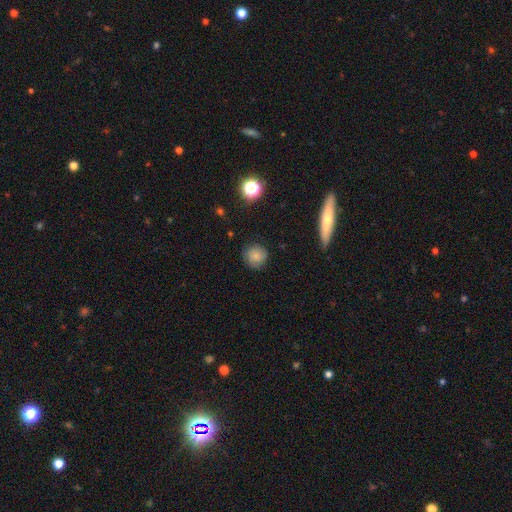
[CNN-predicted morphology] A smooth galaxy with no disk features (80%) that is round (91%).

Vote fractions:
- Smooth or featured? smooth: 80% / star or artifact: 11% / featured or disk: 9%
- How rounded? round: 91% / in between: 8% / cigar-shaped: 1%
- Merging? none: 84% / minor disturbance: 12% / major disturbance: 3% / merger: 1%